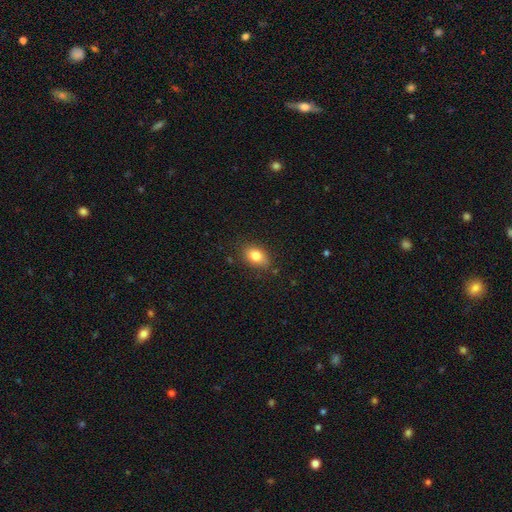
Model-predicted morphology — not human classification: Smooth or featured?
  - smooth: 82% *
  - featured or disk: 9%
  - star or artifact: 9%
How rounded?
  - in between: 78% *
  - round: 20%
  - cigar-shaped: 2%
Merging?
  - none: 77% *
  - minor disturbance: 18%
  - major disturbance: 4%
  - merger: 2%